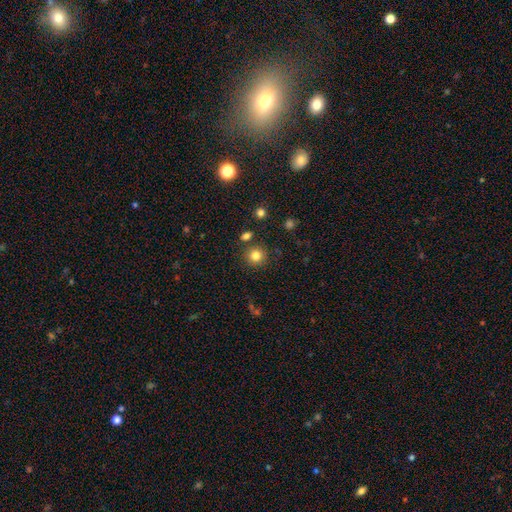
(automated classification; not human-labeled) Smooth or featured: smooth — 82% (star or artifact — 12%)
How rounded: round — 92% (in between — 7%)
Merging: none — 84% (minor disturbance — 8%)